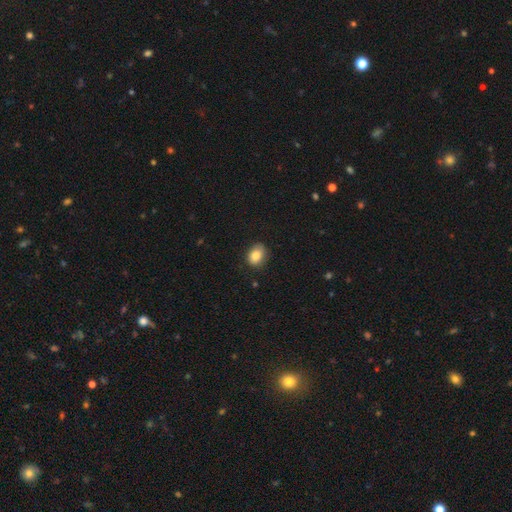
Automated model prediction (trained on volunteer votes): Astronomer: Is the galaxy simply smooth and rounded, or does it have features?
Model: smooth — 82%.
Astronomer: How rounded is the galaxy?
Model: in between — 59% (runner-up: round, 40%).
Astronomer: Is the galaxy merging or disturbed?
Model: none — 78%.